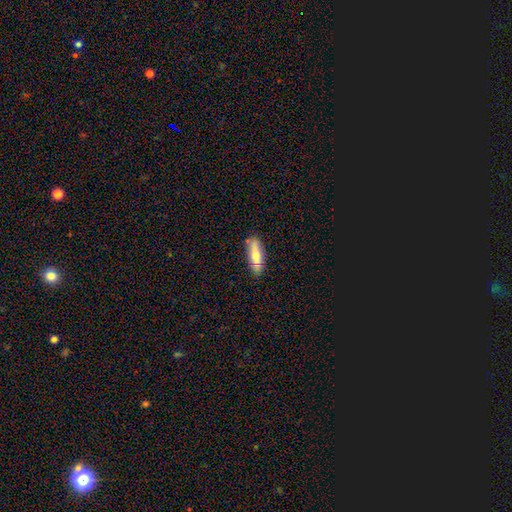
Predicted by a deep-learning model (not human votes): Overall: smooth (69%). How rounded: cigar-shaped (53%; in between 45%). Merging: none (81%).